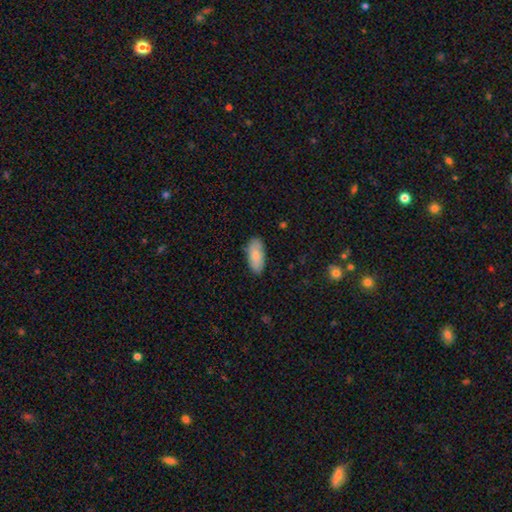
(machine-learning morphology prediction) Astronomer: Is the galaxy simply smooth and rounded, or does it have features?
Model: smooth — 85%.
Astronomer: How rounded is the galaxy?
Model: in between — 90%.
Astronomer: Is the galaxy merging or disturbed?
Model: none — 85%.